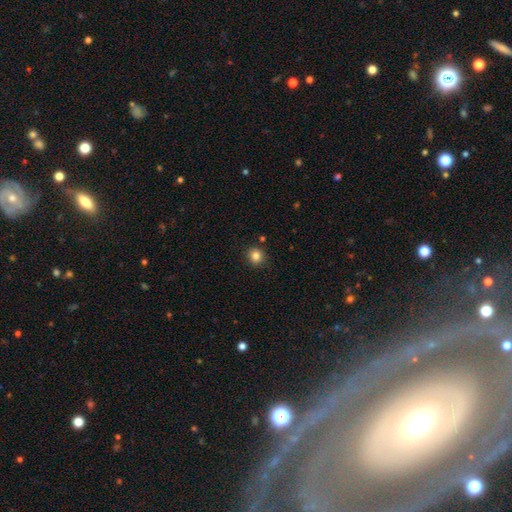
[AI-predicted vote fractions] A smooth galaxy with no disk features (84%) that is round (89%). Merging: none (88%).